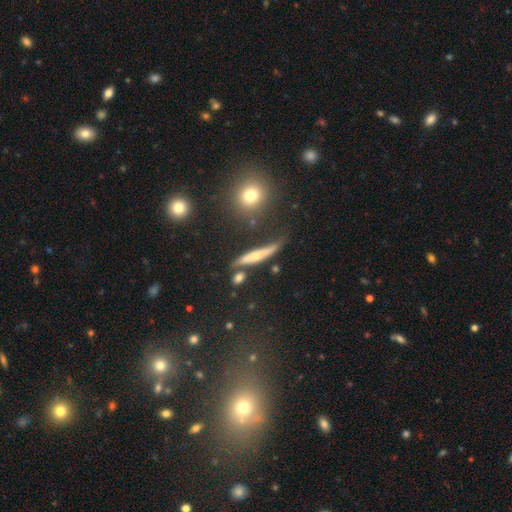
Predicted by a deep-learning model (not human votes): Smooth or featured? featured or disk (48%)
Merging? none (55%)